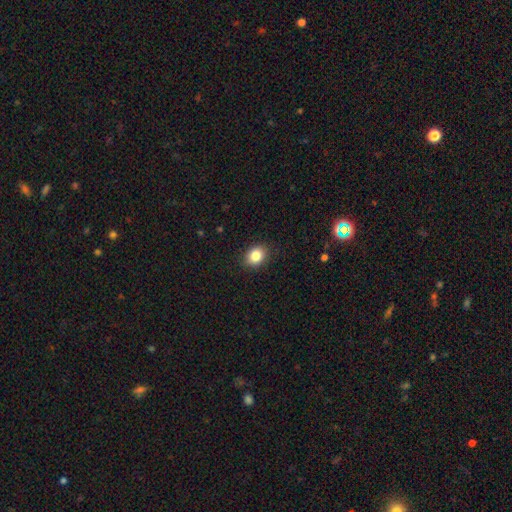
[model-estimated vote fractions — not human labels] A smooth galaxy with no disk features (85%) that is round (52%). Merging: none (88%).